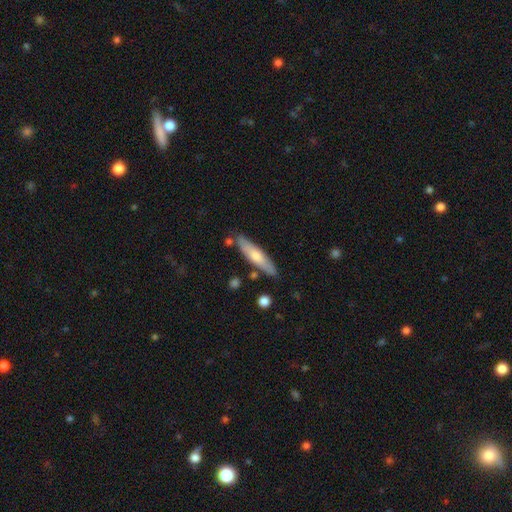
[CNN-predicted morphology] This is possibly a smooth galaxy (54%). How rounded: clearly cigar-shaped (81%). Merging: clearly none (83%).